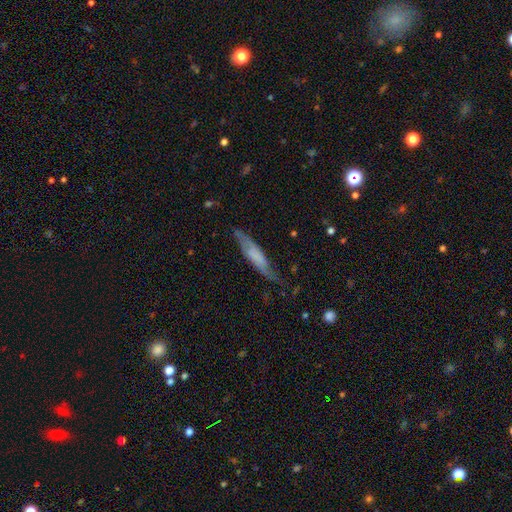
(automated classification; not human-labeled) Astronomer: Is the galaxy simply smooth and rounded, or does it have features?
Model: featured or disk — 53% (runner-up: smooth, 41%).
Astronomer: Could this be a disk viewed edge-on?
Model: yes — 53% (runner-up: no, 47%).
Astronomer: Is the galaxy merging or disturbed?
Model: none — 62%.